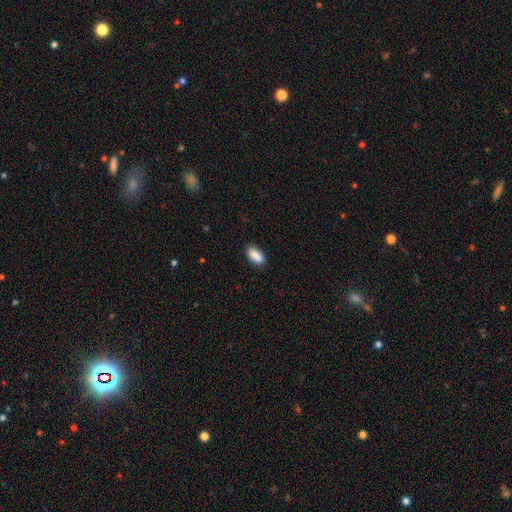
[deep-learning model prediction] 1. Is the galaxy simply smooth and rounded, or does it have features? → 88% smooth, 8% star or artifact, 5% featured or disk.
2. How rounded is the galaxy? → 85% in between, 12% cigar-shaped, 3% round.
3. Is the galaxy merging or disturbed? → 81% none, 13% minor disturbance, 3% merger, 3% major disturbance.